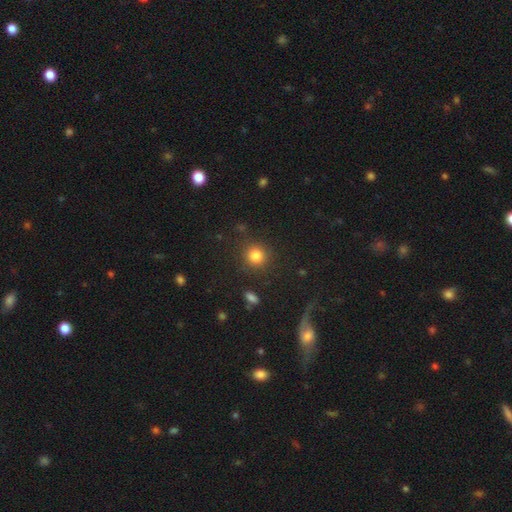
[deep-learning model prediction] smooth-or-featured: smooth: 83% | star or artifact: 12% | featured or disk: 5%
  how-rounded: round: 89% | in between: 10% | cigar-shaped: 1%
  merging: none: 87% | minor disturbance: 7% | major disturbance: 3% | merger: 2%